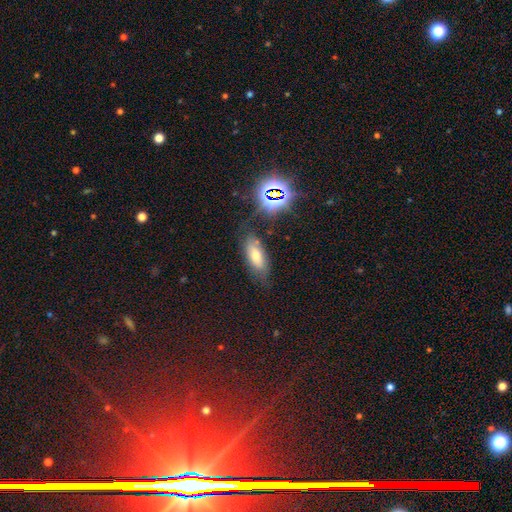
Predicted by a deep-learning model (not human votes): Q: Smooth or featured?
A: smooth (55%); runner-up: star or artifact (24%)
Q: How rounded?
A: in between (80%); runner-up: cigar-shaped (16%)
Q: Merging?
A: none (72%); runner-up: minor disturbance (18%)